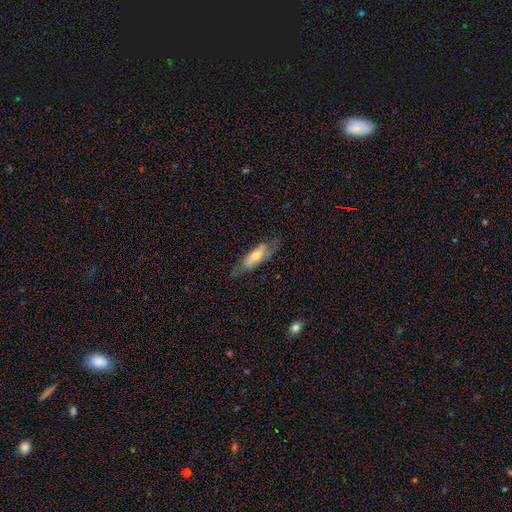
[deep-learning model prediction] The model was most divided on "smooth or featured": featured or disk: 48%, smooth: 45%, star or artifact: 7%. More confident: merging — none (69%).